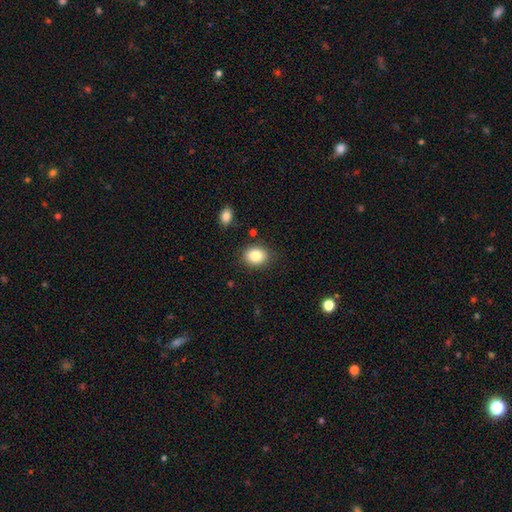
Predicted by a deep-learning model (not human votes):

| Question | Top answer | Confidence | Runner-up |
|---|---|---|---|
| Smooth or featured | smooth | 84% | star or artifact (9%) |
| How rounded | round | 50% | in between (49%) |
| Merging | none | 85% | minor disturbance (10%) |